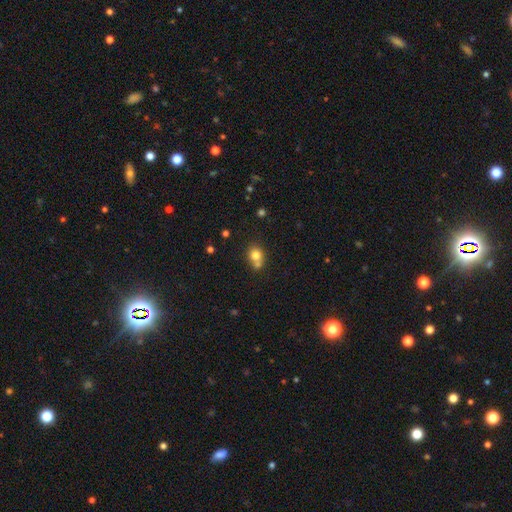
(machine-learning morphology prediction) Q: Smooth or featured?
A: smooth (77%); runner-up: star or artifact (12%)
Q: How rounded?
A: round (71%); runner-up: in between (28%)
Q: Merging?
A: none (49%); runner-up: merger (35%)